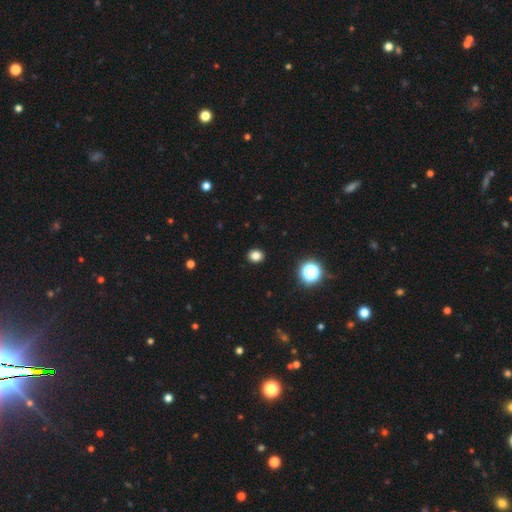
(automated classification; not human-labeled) The model was most divided on "how rounded": round: 64%, in between: 35%, cigar-shaped: 1%. More confident: merging — none (92%); smooth or featured — smooth (82%).